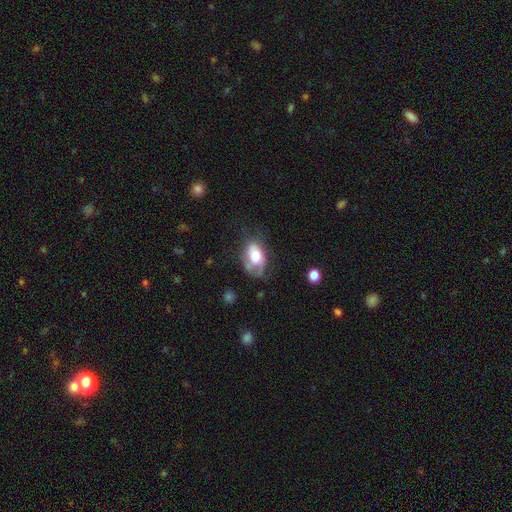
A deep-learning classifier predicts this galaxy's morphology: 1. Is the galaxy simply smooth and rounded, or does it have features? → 57% smooth, 35% featured or disk, 8% star or artifact.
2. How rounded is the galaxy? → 89% in between, 9% round, 2% cigar-shaped.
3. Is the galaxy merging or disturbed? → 40% none, 32% minor disturbance, 26% major disturbance, 3% merger.